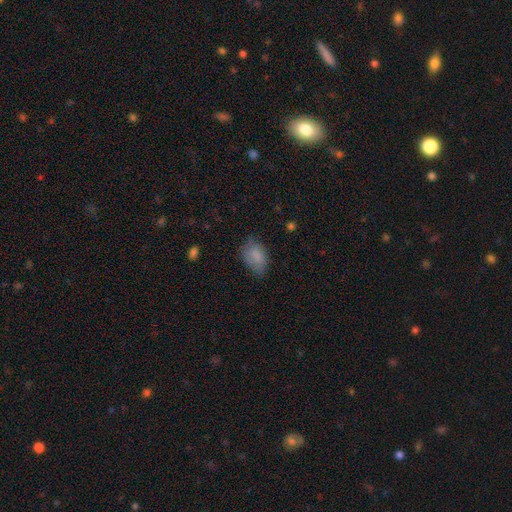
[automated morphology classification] This is clearly a smooth galaxy (82%). How rounded: clearly in between (88%). Merging: possibly none (59%).